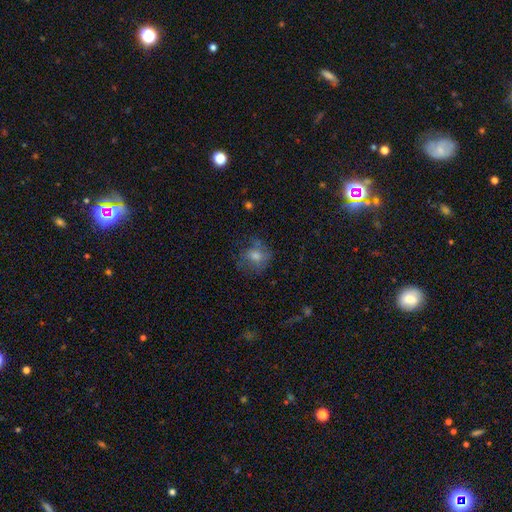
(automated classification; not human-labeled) Smooth or featured?
  - smooth: 53% *
  - featured or disk: 28%
  - star or artifact: 19%
How rounded?
  - round: 72% *
  - in between: 26%
  - cigar-shaped: 1%
Merging?
  - none: 60% *
  - minor disturbance: 22%
  - major disturbance: 16%
  - merger: 2%